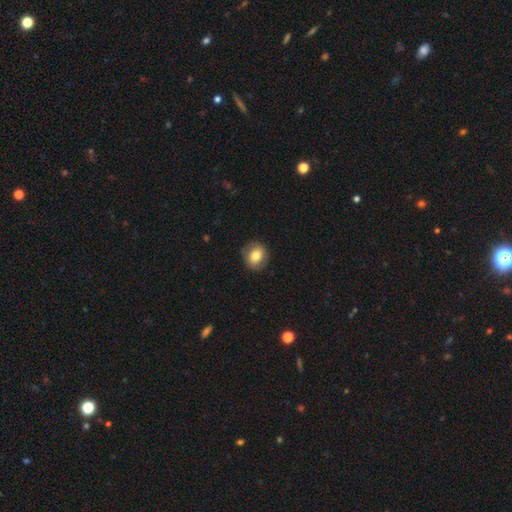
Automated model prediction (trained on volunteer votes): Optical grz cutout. It shows a smooth galaxy with no disk features (74%) that is round (69%). Merging: none (85%).